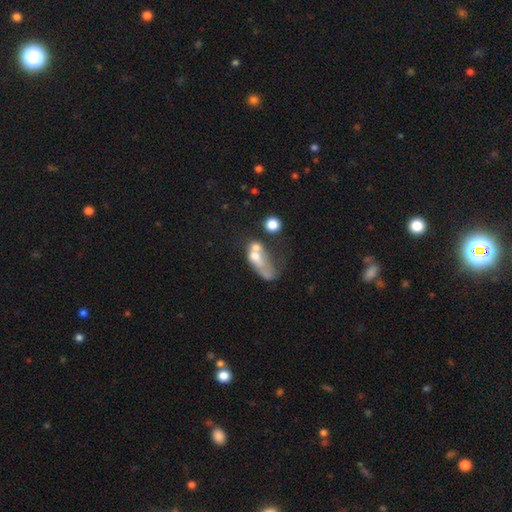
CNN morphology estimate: The model was most divided on "merging": merger: 41%, major disturbance: 32%, none: 15%, minor disturbance: 13%. Remaining: smooth or featured — smooth (48%).